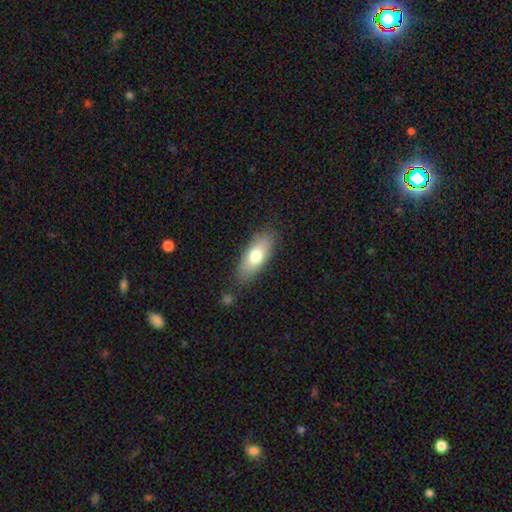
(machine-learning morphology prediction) This is likely a smooth galaxy (71%). How rounded: likely in between (76%). Merging: clearly none (83%).